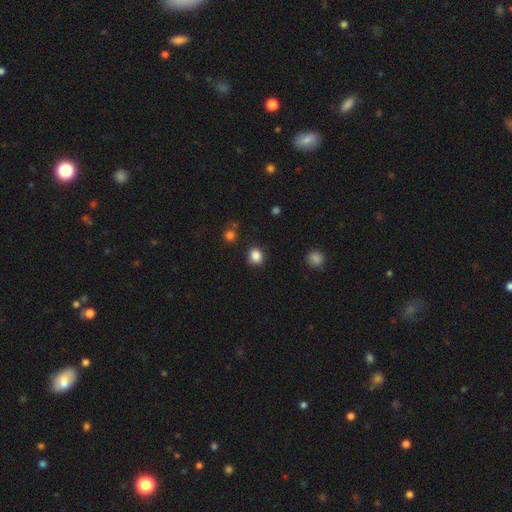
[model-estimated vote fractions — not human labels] Smooth or featured?
  - smooth: 86% *
  - star or artifact: 11%
  - featured or disk: 3%
How rounded?
  - round: 75% *
  - in between: 24%
  - cigar-shaped: 1%
Merging?
  - none: 86% *
  - minor disturbance: 9%
  - major disturbance: 3%
  - merger: 2%